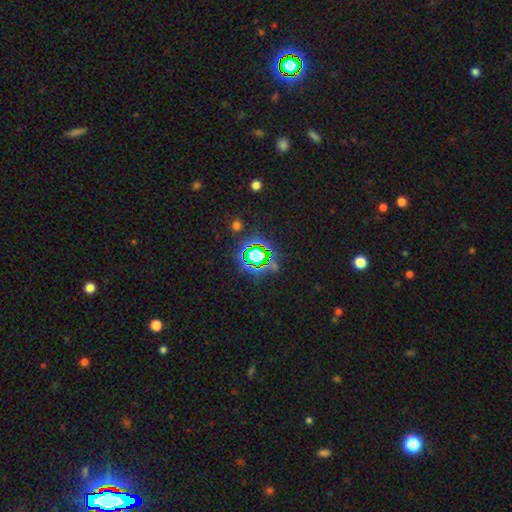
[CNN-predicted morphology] star or artifact 71%, smooth 18%, featured or disk 11%.